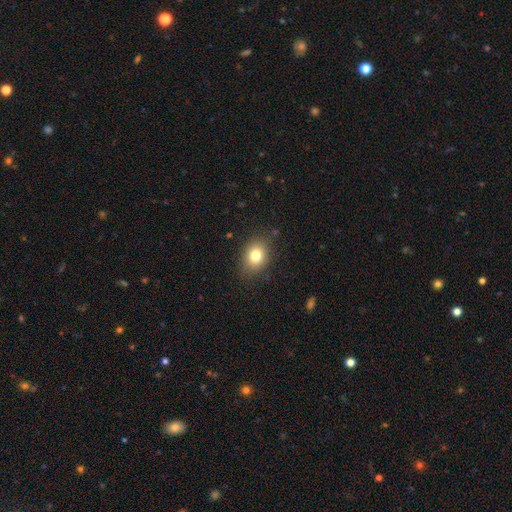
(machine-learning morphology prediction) smooth 79%, star or artifact 11%, featured or disk 11%. Down the decision tree: how rounded — in between (61%); merging — none (82%).